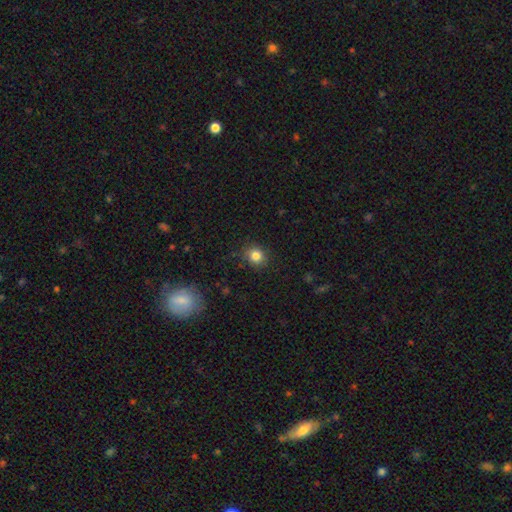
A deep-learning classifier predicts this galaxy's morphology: This appears to be a smooth galaxy with no disk features (83%) that is round (81%). Merging: none (85%).